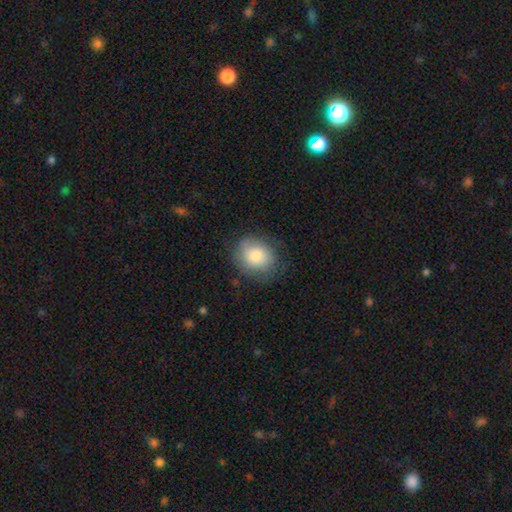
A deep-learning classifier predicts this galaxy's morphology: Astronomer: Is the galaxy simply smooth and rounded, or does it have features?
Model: smooth — 81%.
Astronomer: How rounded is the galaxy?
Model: round — 62%.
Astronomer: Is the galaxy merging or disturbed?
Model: none — 75%.